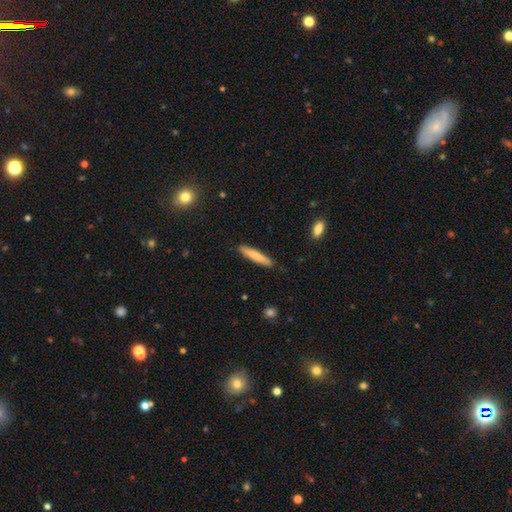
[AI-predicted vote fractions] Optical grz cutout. It shows a smooth galaxy with no disk features (78%) that is cigar-shaped (92%). Merging: none (89%).